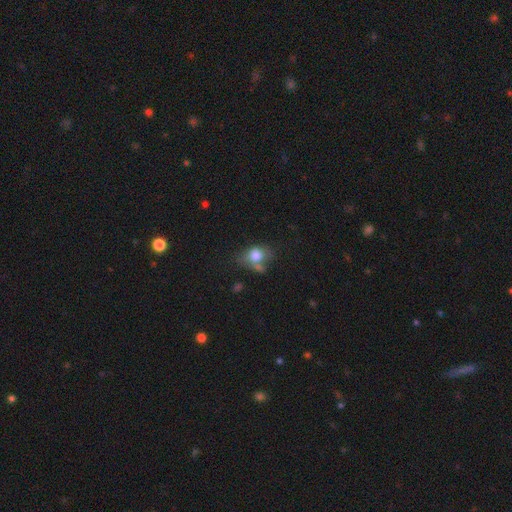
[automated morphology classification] Q: Smooth or featured?
A: smooth (75%); runner-up: featured or disk (14%)
Q: How rounded?
A: in between (55%); runner-up: round (44%)
Q: Merging?
A: none (38%); runner-up: minor disturbance (25%)